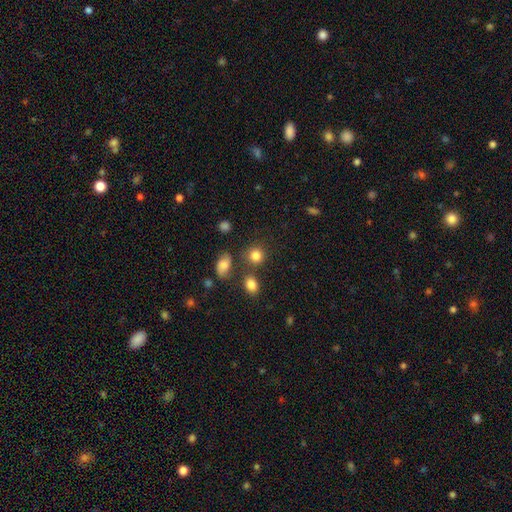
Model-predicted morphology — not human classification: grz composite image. It shows a smooth galaxy with no disk features (83%) that is round (80%). Merging: none (72%).